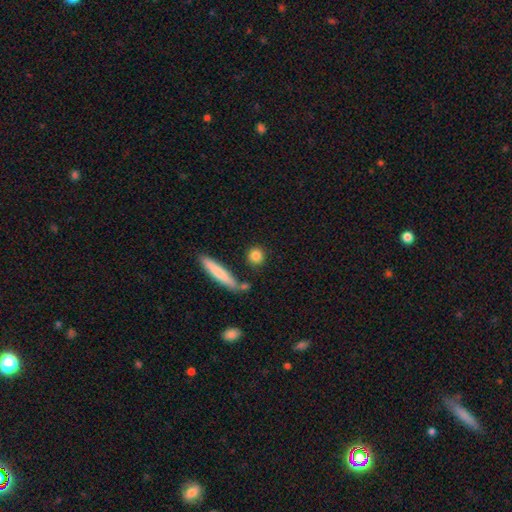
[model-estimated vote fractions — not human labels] smooth_or_featured: smooth (p=0.83) [alt: featured or disk p=0.08]
how_rounded: round (p=0.77) [alt: in between p=0.13]
merging: none (p=0.81) [alt: minor disturbance p=0.09]